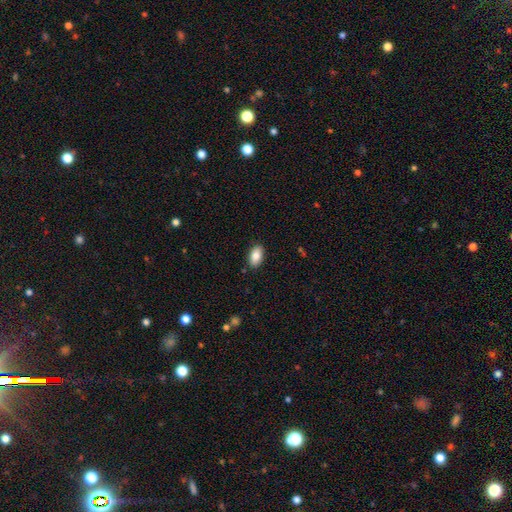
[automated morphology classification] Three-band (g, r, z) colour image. It shows a smooth galaxy with no disk features (85%) that is in between round and cigar-shaped (93%). Merging: none (89%).